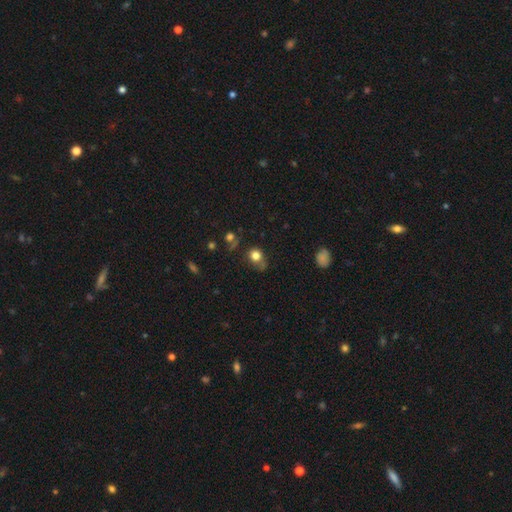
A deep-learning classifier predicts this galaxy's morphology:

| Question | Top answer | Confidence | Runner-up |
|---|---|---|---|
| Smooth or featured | smooth | 77% | star or artifact (14%) |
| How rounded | round | 73% | in between (25%) |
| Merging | none | 55% | minor disturbance (26%) |